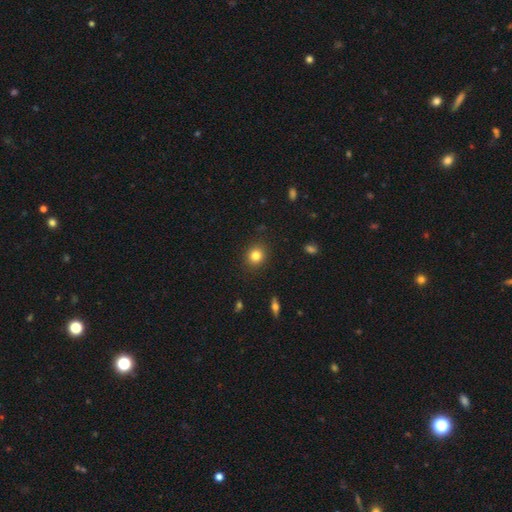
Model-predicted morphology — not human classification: This is clearly a smooth galaxy (82%). How rounded: clearly round (80%). Merging: clearly none (89%).